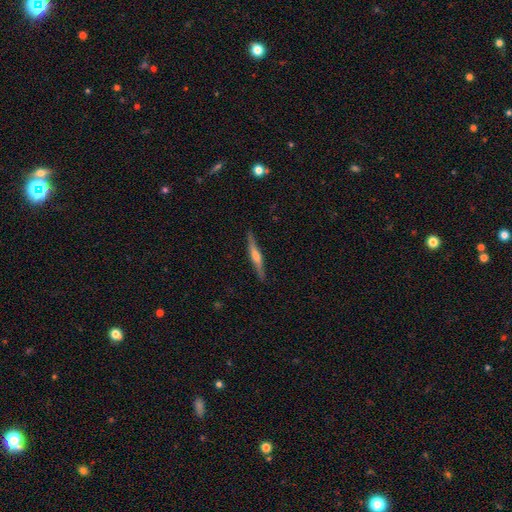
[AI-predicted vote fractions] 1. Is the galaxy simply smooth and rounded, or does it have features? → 69% featured or disk, 25% smooth, 6% star or artifact.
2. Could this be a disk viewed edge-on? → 97% yes, 3% no.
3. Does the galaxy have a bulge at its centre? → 73% rounded, 17% boxy, 11% none.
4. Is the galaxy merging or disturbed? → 89% none, 8% minor disturbance, 2% major disturbance, 1% merger.